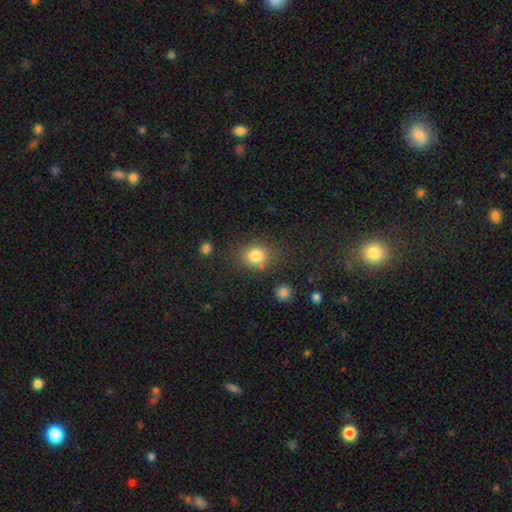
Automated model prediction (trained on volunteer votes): Morphology: type=smooth (82%); roundness=round (62%); merging=none (75%).